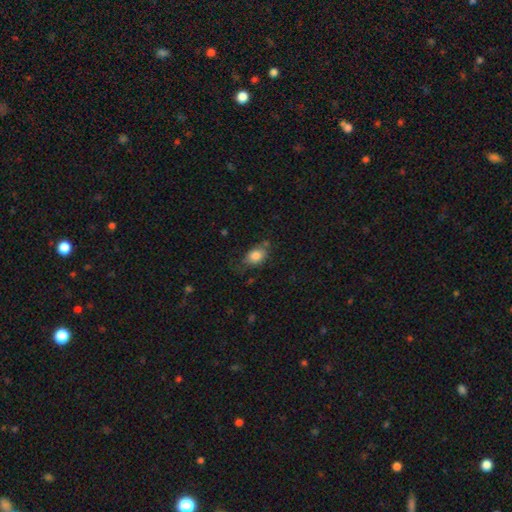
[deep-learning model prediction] A smooth galaxy with no disk features (82%) that is in between round and cigar-shaped (75%).

Vote fractions:
- Smooth or featured? smooth: 82% / featured or disk: 10% / star or artifact: 8%
- How rounded? in between: 75% / round: 23% / cigar-shaped: 2%
- Merging? none: 58% / minor disturbance: 28% / major disturbance: 10% / merger: 4%